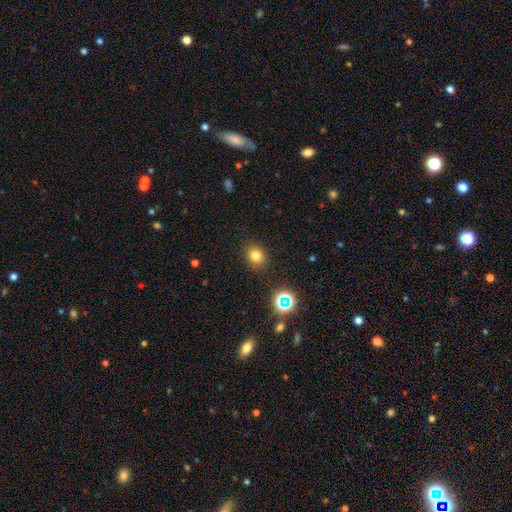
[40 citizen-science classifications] Overall: smooth (85%). How rounded: round (68%; in between 32%). Merging: none (97%).